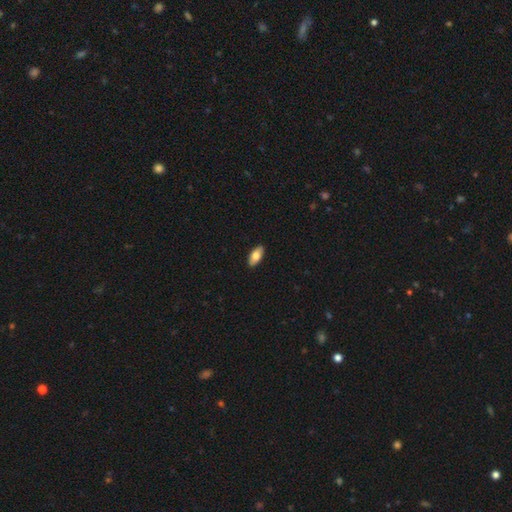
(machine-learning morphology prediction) smooth_or_featured: smooth (p=0.78) [alt: featured or disk p=0.15]
how_rounded: in between (p=0.90) [alt: cigar-shaped p=0.07]
merging: none (p=0.90) [alt: minor disturbance p=0.08]